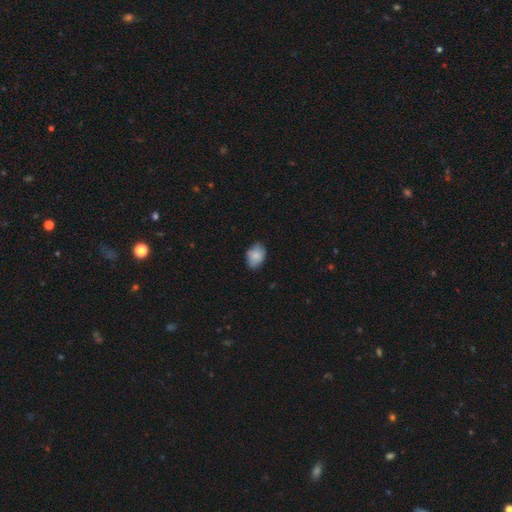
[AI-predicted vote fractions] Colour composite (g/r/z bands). It shows a smooth galaxy with no disk features (84%) that is in between round and cigar-shaped (77%). Merging: none (72%).